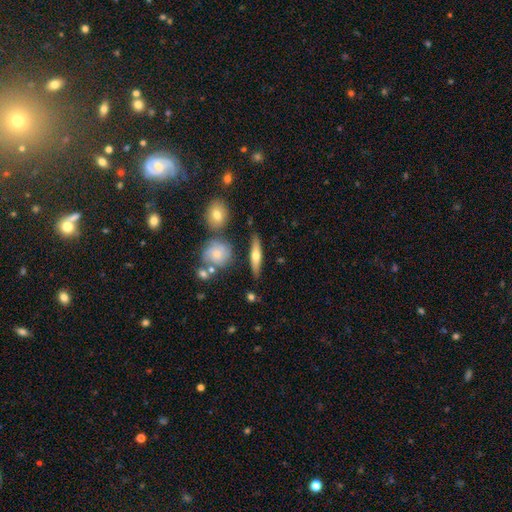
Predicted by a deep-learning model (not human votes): Smooth or featured? Predicted: featured or disk (p=0.48). Merging? Predicted: none (p=0.79).